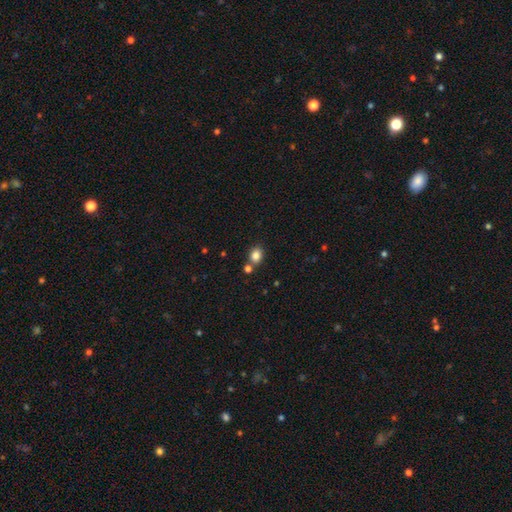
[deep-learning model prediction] smooth-or-featured: smooth: 84% | star or artifact: 11% | featured or disk: 5%
  how-rounded: round: 53% | in between: 46% | cigar-shaped: 1%
  merging: none: 70% | merger: 17% | minor disturbance: 10% | major disturbance: 3%